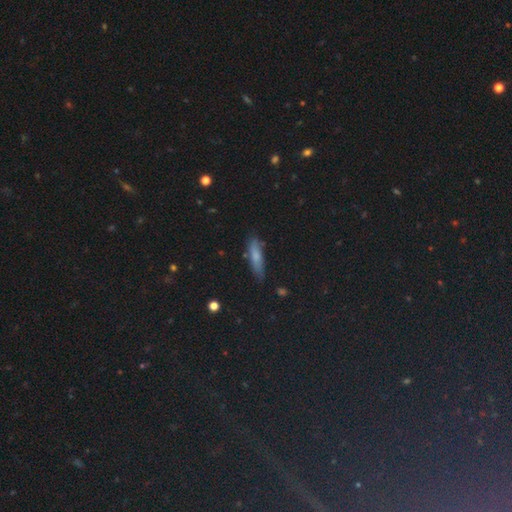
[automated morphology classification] Smooth or featured? Predicted: smooth (p=0.67). How rounded? Predicted: cigar-shaped (p=0.66). Merging? Predicted: none (p=0.77).